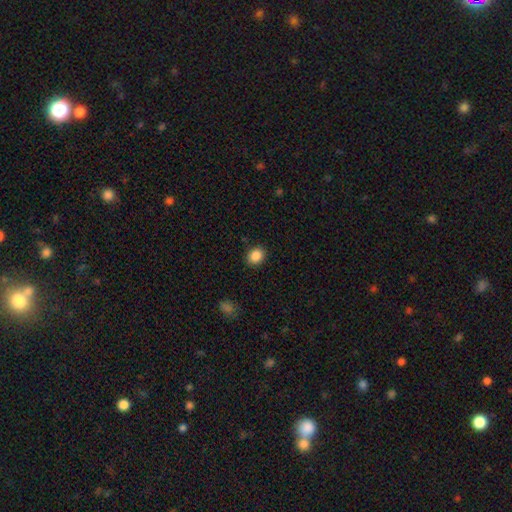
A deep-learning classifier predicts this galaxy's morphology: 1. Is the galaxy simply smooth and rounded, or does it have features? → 87% smooth, 9% star or artifact, 4% featured or disk.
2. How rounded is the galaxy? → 53% round, 46% in between, 1% cigar-shaped.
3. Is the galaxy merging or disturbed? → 89% none, 8% minor disturbance, 2% major disturbance, 1% merger.